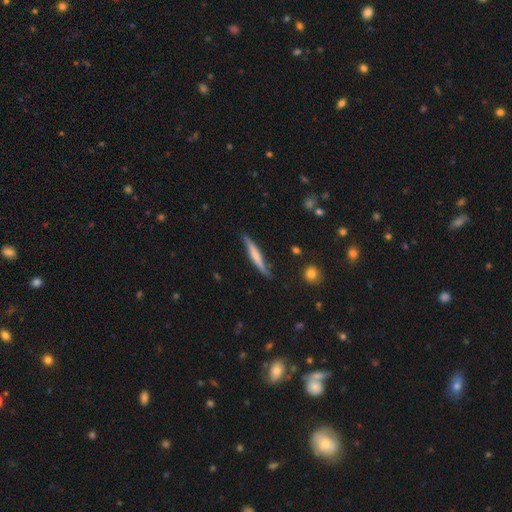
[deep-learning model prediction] This appears to be a smooth galaxy with no disk features (53%) that is cigar-shaped (93%). Merging: none (77%).